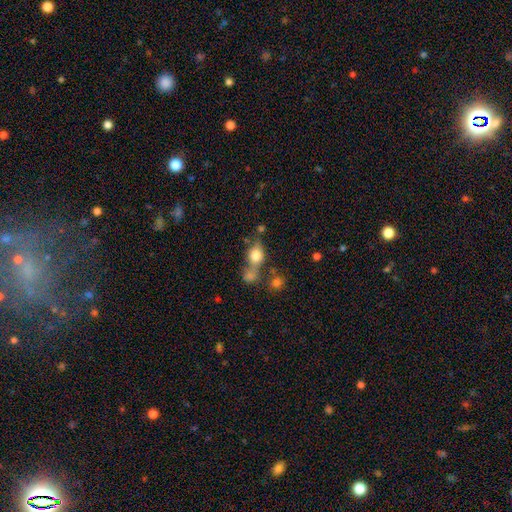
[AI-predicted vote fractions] Smooth or featured? Predicted: smooth (p=0.74). How rounded? Predicted: round (p=0.49). Merging? Predicted: none (p=0.41).